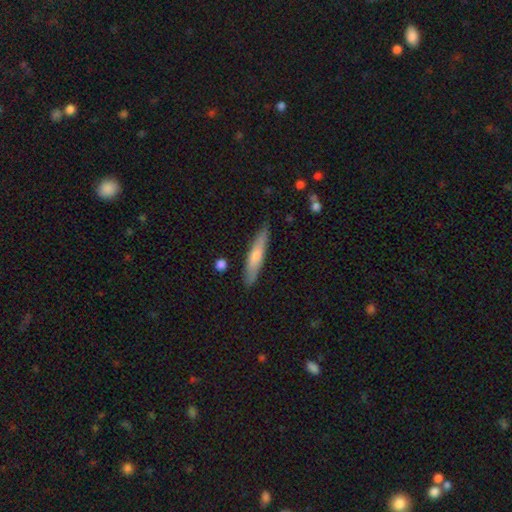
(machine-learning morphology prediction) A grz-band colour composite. It shows a smooth galaxy with no disk features (63%) that is cigar-shaped (89%). Merging: none (85%).